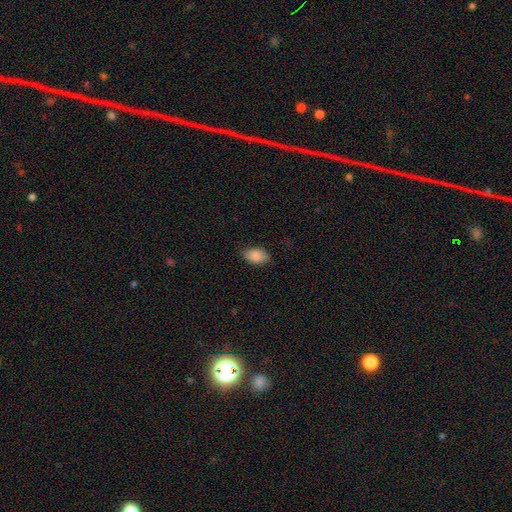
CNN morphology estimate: A smooth galaxy with no disk features (89%) that is in between round and cigar-shaped (89%).

Vote fractions:
- Smooth or featured? smooth: 89% / star or artifact: 7% / featured or disk: 4%
- How rounded? in between: 89% / round: 9% / cigar-shaped: 1%
- Merging? none: 80% / minor disturbance: 16% / major disturbance: 3% / merger: 1%